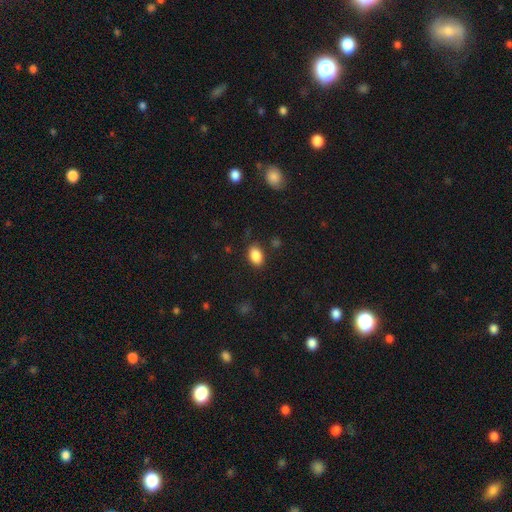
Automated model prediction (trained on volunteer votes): The model was most divided on "merging": none: 85%, minor disturbance: 11%, major disturbance: 3%, merger: 1%. More confident: smooth or featured — smooth (87%); how rounded — in between (87%).